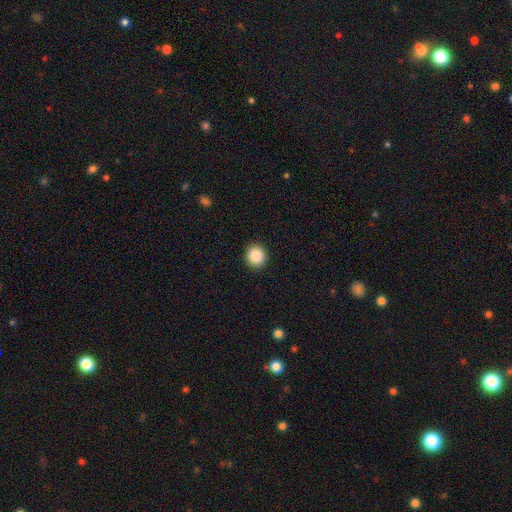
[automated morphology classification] Smooth or featured? Predicted: smooth (p=0.87). How rounded? Predicted: round (p=0.88). Merging? Predicted: none (p=0.92).